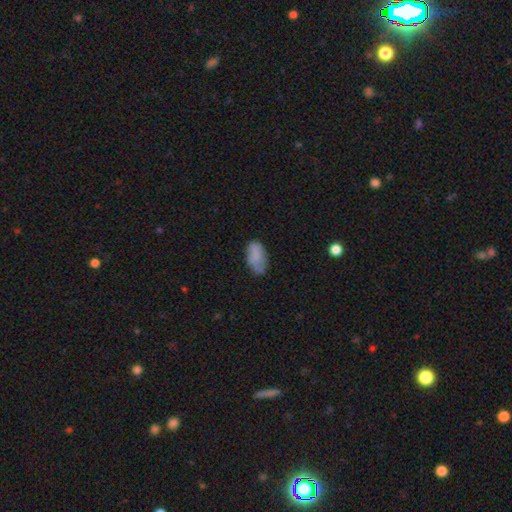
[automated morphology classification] Smooth or featured: smooth — 74% (featured or disk — 18%)
How rounded: in between — 94% (round — 4%)
Merging: none — 56% (minor disturbance — 31%)